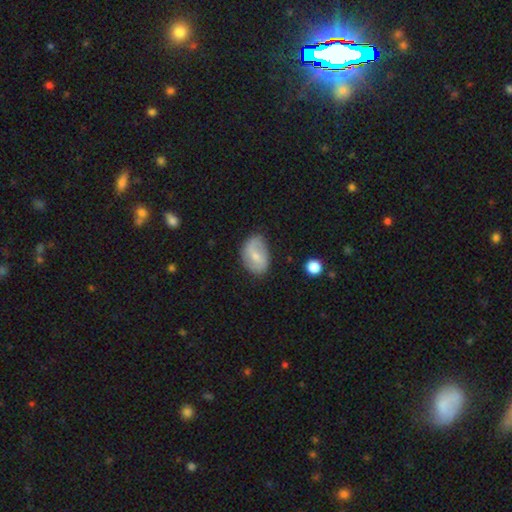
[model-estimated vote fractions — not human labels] Overall: smooth (52%; featured or disk 41%). How rounded: in between (83%). Merging: none (69%).